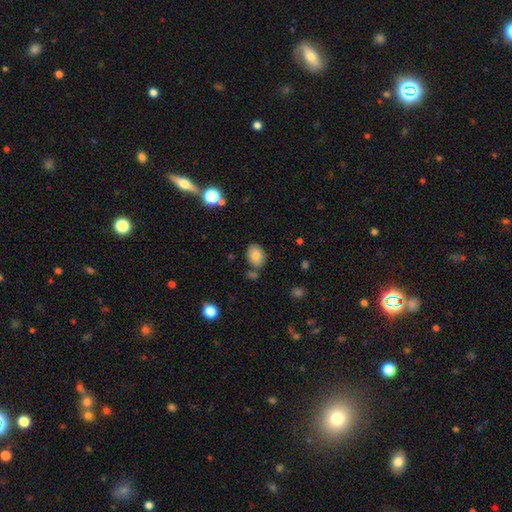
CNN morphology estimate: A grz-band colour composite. It shows a smooth galaxy with no disk features (81%) that is in between round and cigar-shaped (71%). Merging: none (73%).